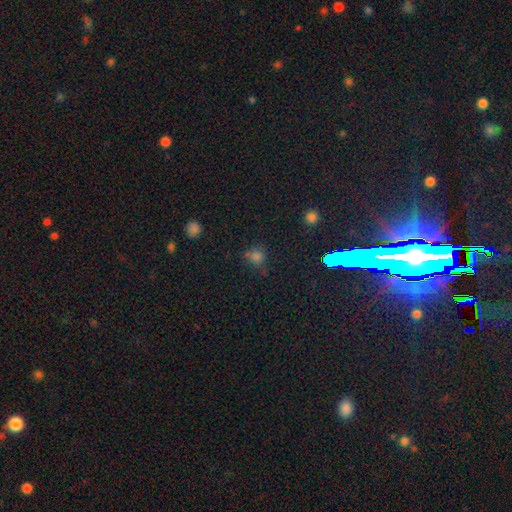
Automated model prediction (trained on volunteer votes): Smooth or featured: smooth — 67% (star or artifact — 27%)
How rounded: round — 83% (in between — 16%)
Merging: none — 68% (minor disturbance — 17%)